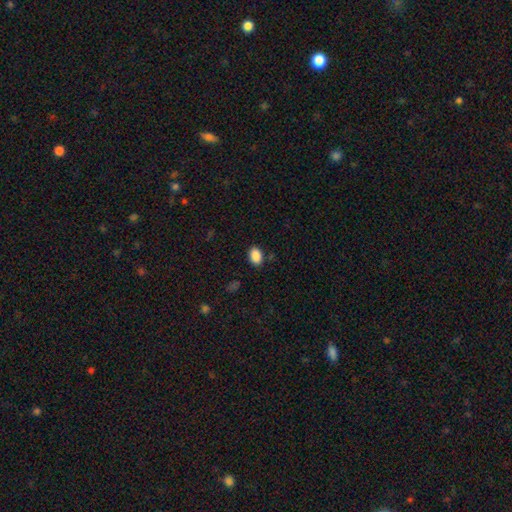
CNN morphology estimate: smooth 89%, star or artifact 8%, featured or disk 3%. Down the decision tree: how rounded — in between (81%); merging — none (85%).